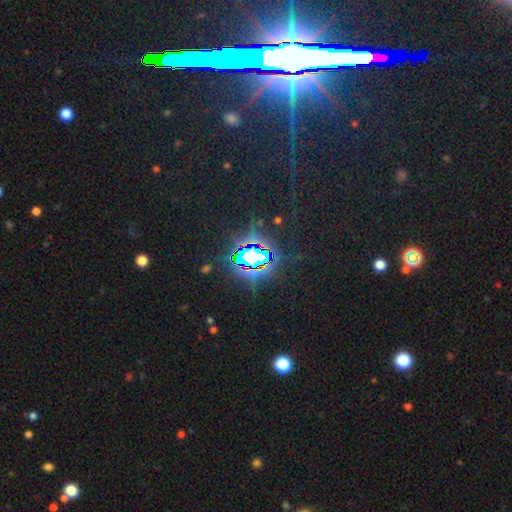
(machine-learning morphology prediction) star or artifact 79%, smooth 12%, featured or disk 9%.